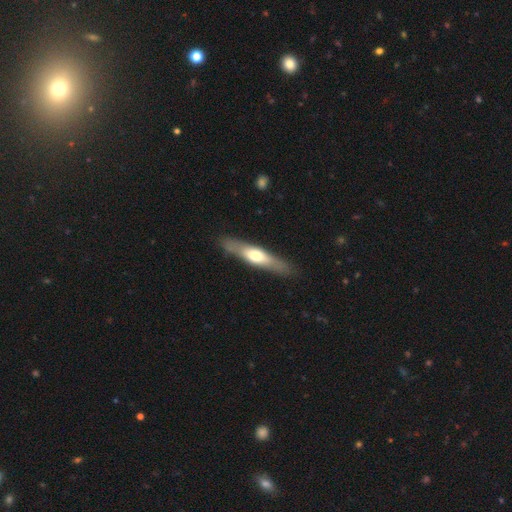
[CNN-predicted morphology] The model was most divided on "smooth or featured": featured or disk: 50%, smooth: 45%, star or artifact: 5%. More confident: merging — none (86%).